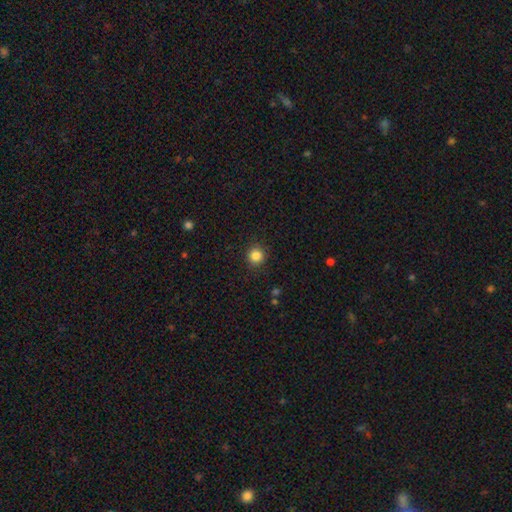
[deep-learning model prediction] Smooth or featured? Predicted: smooth (p=0.85). How rounded? Predicted: round (p=0.94). Merging? Predicted: none (p=0.90).